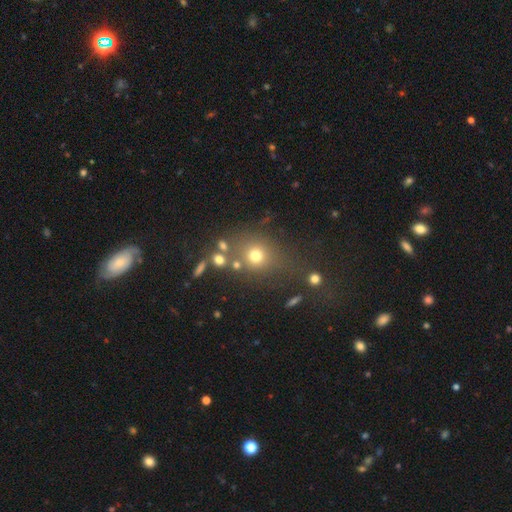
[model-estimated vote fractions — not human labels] A smooth galaxy with no disk features (69%) that is round (78%).

Vote fractions:
- Smooth or featured? smooth: 69% / star or artifact: 18% / featured or disk: 12%
- How rounded? round: 78% / in between: 20% / cigar-shaped: 2%
- Merging? none: 66% / minor disturbance: 13% / merger: 12% / major disturbance: 8%